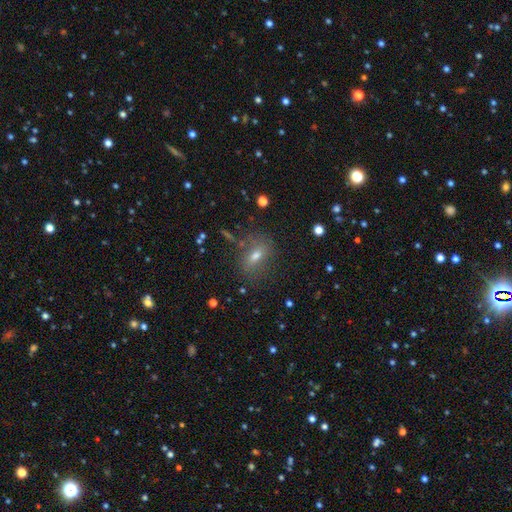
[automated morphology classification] smooth-or-featured: smooth: 58% | featured or disk: 24% | star or artifact: 18%
  how-rounded: in between: 71% | round: 21% | cigar-shaped: 8%
  merging: none: 71% | minor disturbance: 17% | major disturbance: 8% | merger: 5%